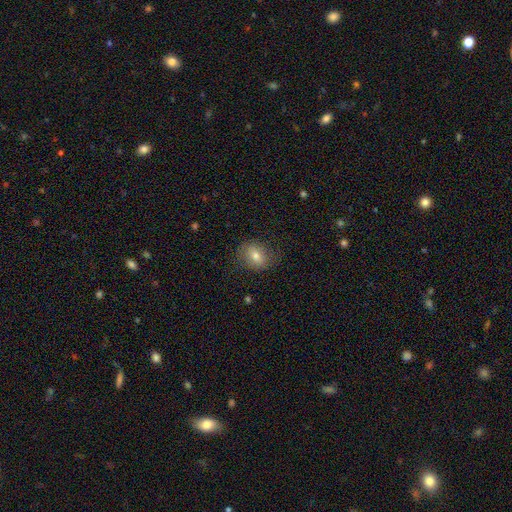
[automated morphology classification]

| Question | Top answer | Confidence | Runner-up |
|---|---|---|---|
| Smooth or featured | smooth | 70% | featured or disk (20%) |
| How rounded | in between | 62% | round (37%) |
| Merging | none | 77% | minor disturbance (17%) |